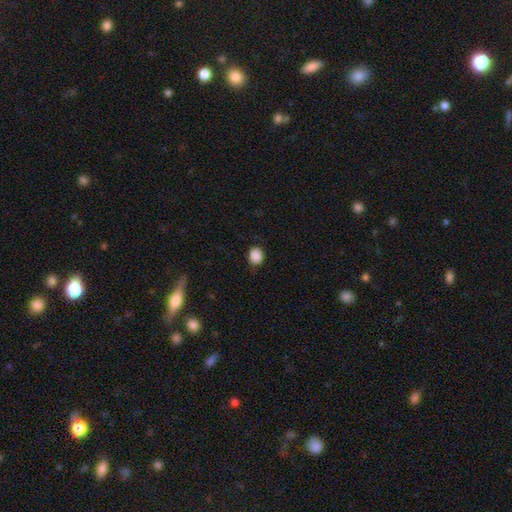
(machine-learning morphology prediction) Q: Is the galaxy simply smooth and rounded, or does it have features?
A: smooth — 88%.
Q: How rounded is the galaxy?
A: round — 64%.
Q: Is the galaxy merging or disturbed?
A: none — 84%.